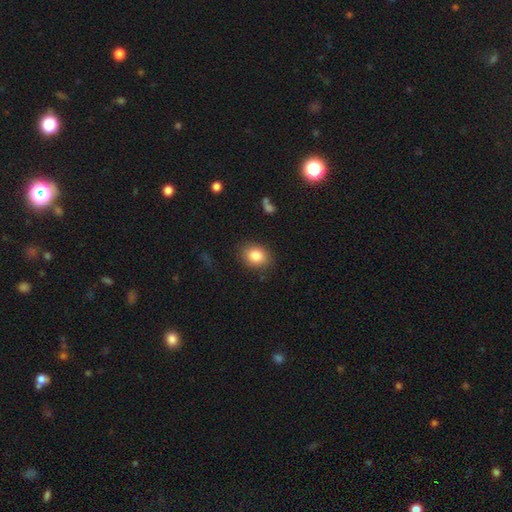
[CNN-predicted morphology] Q: Smooth or featured?
A: smooth (83%); runner-up: star or artifact (9%)
Q: How rounded?
A: in between (61%); runner-up: round (38%)
Q: Merging?
A: none (85%); runner-up: minor disturbance (11%)